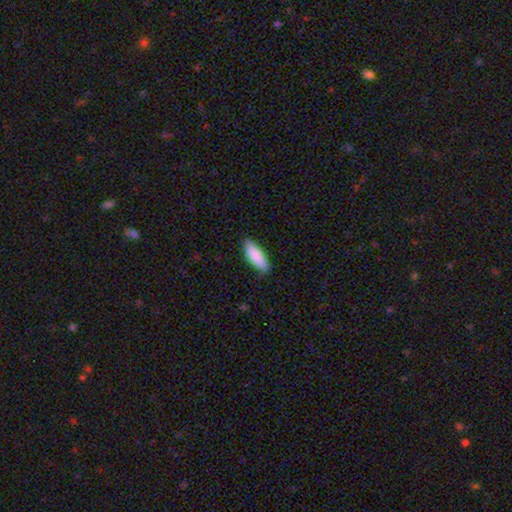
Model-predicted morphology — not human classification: A smooth galaxy with no disk features (87%) that is in between round and cigar-shaped (75%). Merging: none (83%).